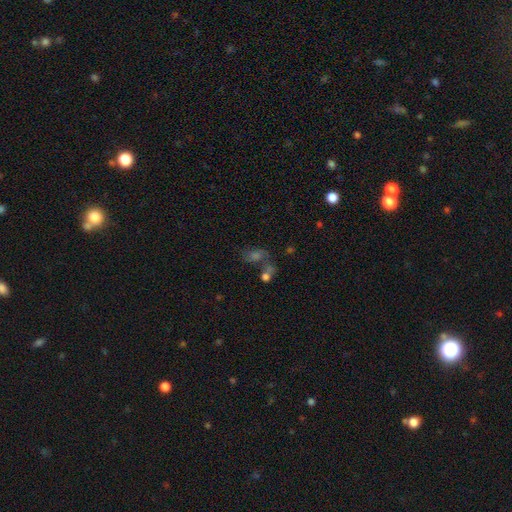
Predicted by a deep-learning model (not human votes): smooth 38%, featured or disk 32%, star or artifact 30%. Down the decision tree: merging — none (38%).